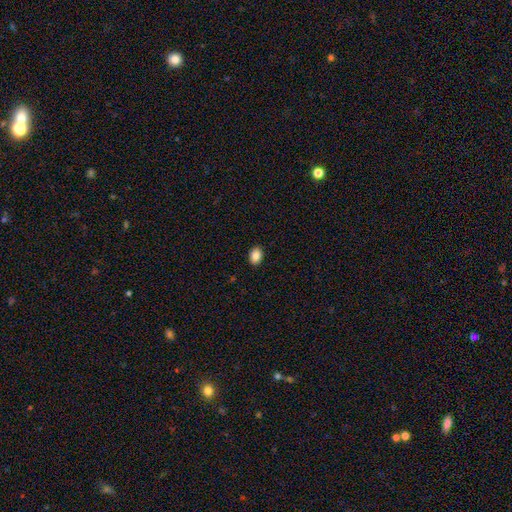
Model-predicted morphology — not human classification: This appears to be a smooth galaxy with no disk features (87%) that is in between round and cigar-shaped (78%). Merging: none (90%).